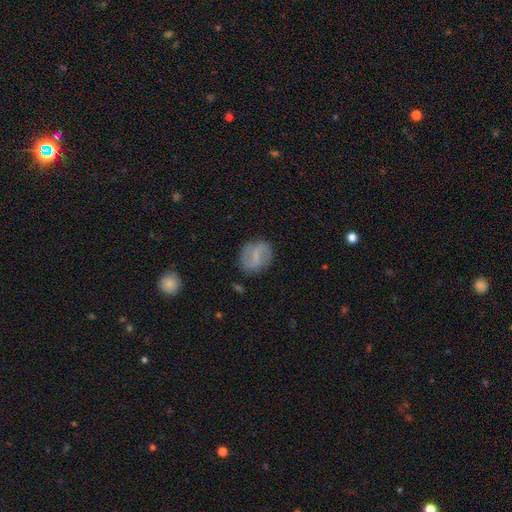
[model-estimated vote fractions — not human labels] Overall: featured or disk (61%; smooth 31%). Edge-on disk: no (97%). Bar: weak (49%; strong 32%). Spiral arms: yes (80%). Bulge size: small (44%; none 36%). Merging: none (78%).